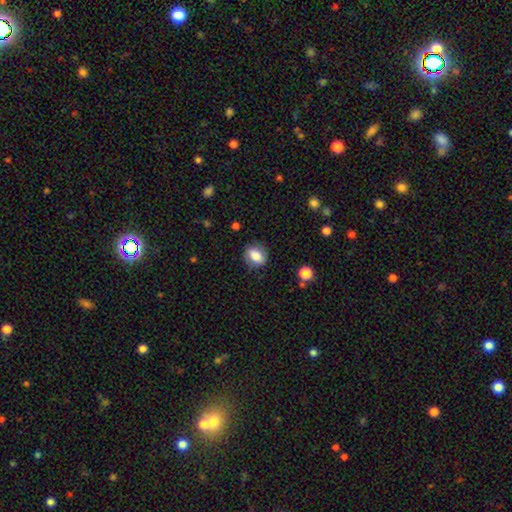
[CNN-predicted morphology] smooth-or-featured: smooth: 77% | featured or disk: 14% | star or artifact: 8%
  how-rounded: in between: 56% | round: 42% | cigar-shaped: 2%
  merging: none: 82% | minor disturbance: 13% | major disturbance: 4% | merger: 1%